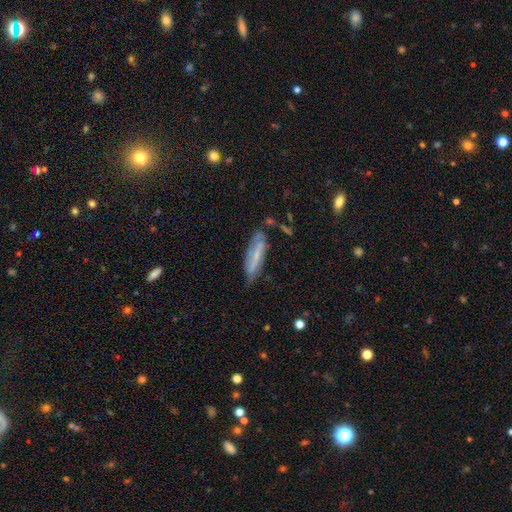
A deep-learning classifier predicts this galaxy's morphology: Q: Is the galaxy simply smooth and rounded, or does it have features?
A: featured or disk — 53%.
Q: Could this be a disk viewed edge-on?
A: no — 65%.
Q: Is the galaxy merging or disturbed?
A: none — 61%.